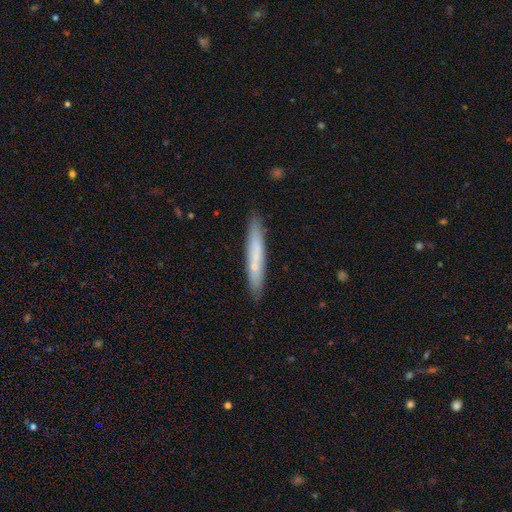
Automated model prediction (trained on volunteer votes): smooth 58%, featured or disk 36%, star or artifact 6%. Down the decision tree: how rounded — cigar-shaped (94%); merging — none (86%).